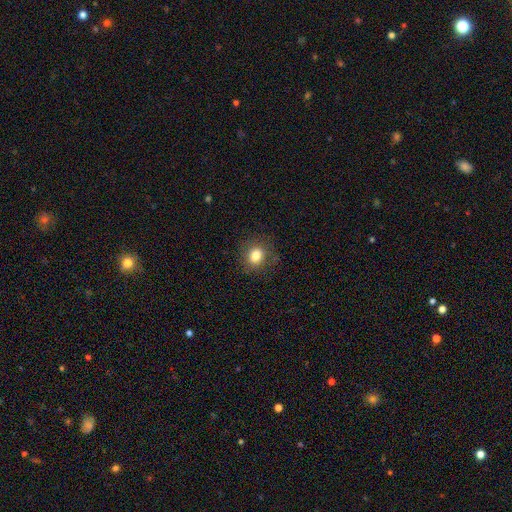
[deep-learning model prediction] Smooth or featured? smooth (81%)
How rounded? round (74%)
Merging? none (84%)